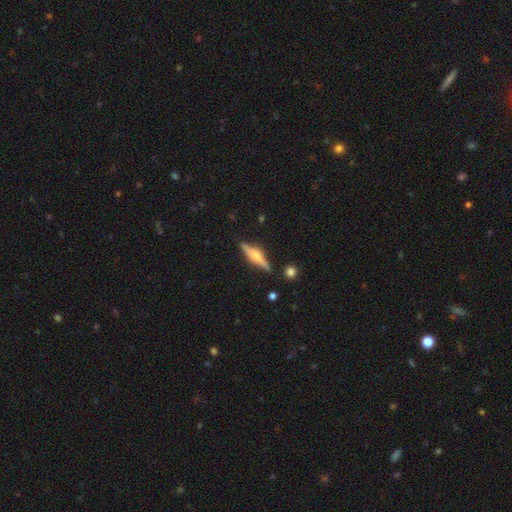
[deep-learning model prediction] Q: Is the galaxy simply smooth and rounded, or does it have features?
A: featured or disk — 73%.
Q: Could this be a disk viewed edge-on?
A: yes — 97%.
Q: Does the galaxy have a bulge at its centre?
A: rounded — 88%.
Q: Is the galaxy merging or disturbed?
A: none — 87%.